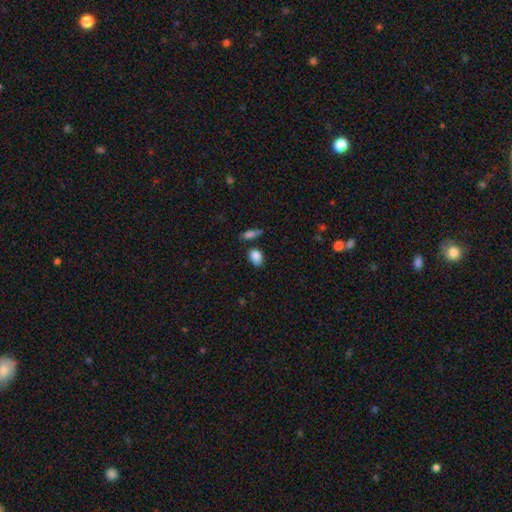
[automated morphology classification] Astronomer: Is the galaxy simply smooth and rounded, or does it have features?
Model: smooth — 86%.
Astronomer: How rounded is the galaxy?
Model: in between — 81%.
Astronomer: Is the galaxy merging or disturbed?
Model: none — 67%.